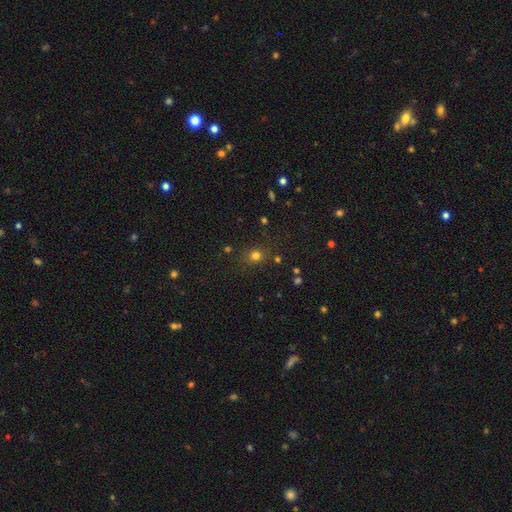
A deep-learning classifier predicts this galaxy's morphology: Smooth or featured? Predicted: smooth (p=0.74). How rounded? Predicted: round (p=0.82). Merging? Predicted: none (p=0.82).